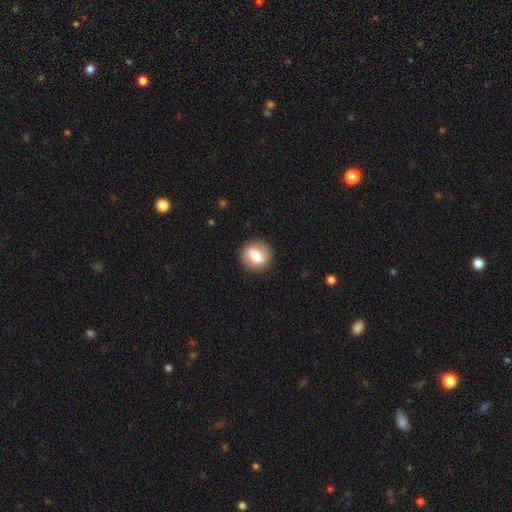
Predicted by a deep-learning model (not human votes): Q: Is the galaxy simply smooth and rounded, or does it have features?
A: smooth — 50%.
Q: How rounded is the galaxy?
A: round — 79%.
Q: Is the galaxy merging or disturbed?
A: none — 87%.